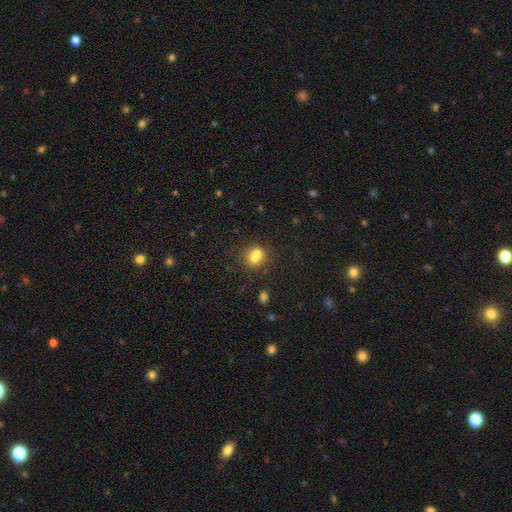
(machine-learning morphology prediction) Smooth or featured? smooth (72%)
How rounded? round (54%)
Merging? merger (44%)